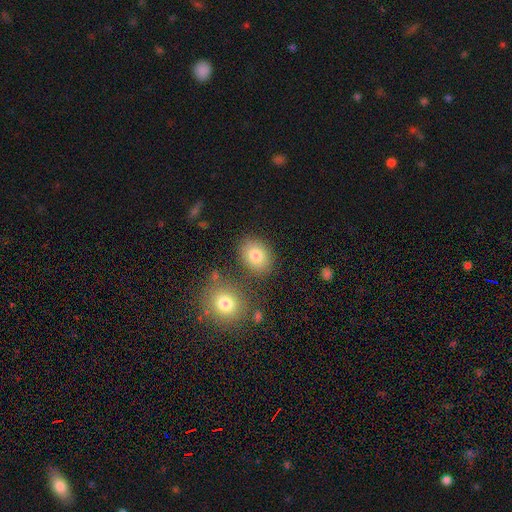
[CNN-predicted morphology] smooth-or-featured: smooth: 80% | star or artifact: 10% | featured or disk: 10%
  how-rounded: in between: 55% | round: 44% | cigar-shaped: 1%
  merging: none: 79% | minor disturbance: 11% | merger: 7% | major disturbance: 3%